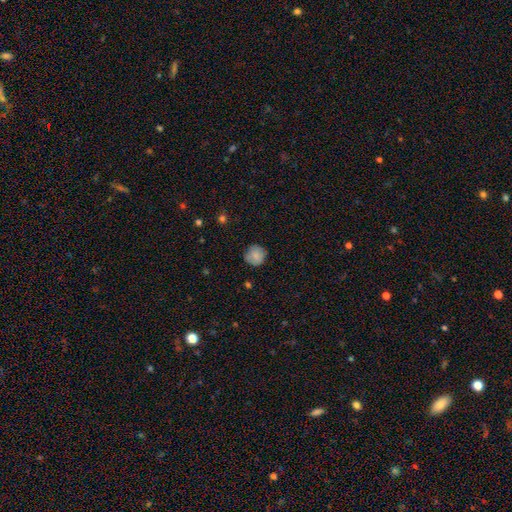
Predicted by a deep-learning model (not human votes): smooth_or_featured: smooth (p=0.82) [alt: featured or disk p=0.10]
how_rounded: round (p=0.92) [alt: in between p=0.08]
merging: none (p=0.82) [alt: minor disturbance p=0.14]